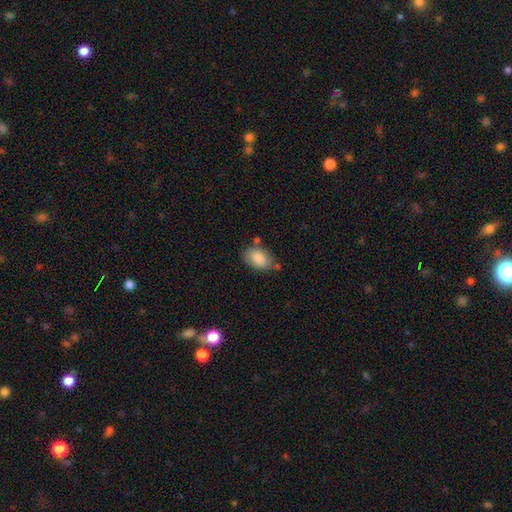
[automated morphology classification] This appears to be a smooth galaxy with no disk features (86%) that is in between round and cigar-shaped (87%). Merging: none (65%).